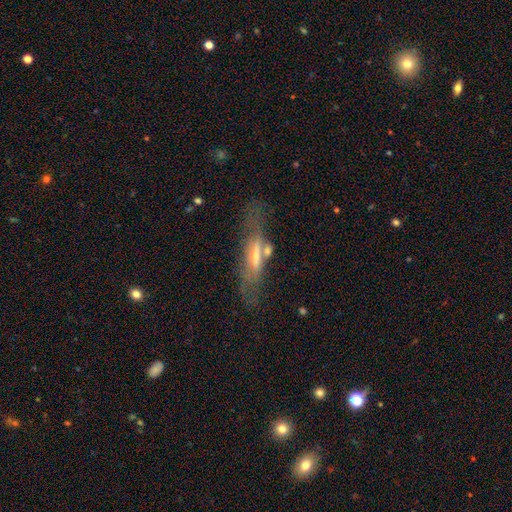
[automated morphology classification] A featured or disk galaxy (59%) viewed edge-on (61%).

Vote fractions:
- Smooth or featured? featured or disk: 59% / smooth: 29% / star or artifact: 11%
- Edge-on disk? yes: 61% / no: 39%
- Merging? none: 72% / minor disturbance: 16% / major disturbance: 7% / merger: 6%